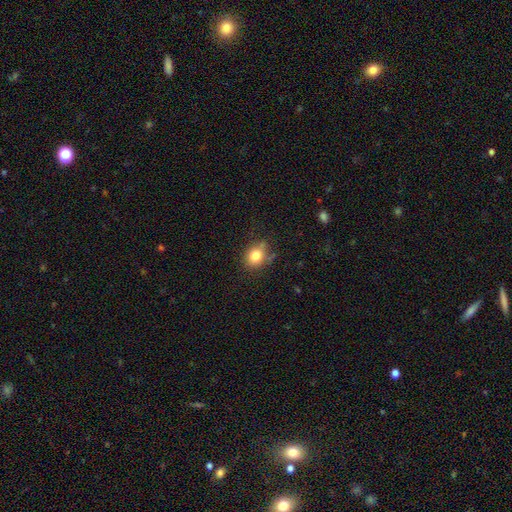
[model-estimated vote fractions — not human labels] A smooth galaxy with no disk features (81%) that is round (61%).

Vote fractions:
- Smooth or featured? smooth: 81% / star or artifact: 11% / featured or disk: 9%
- How rounded? round: 61% / in between: 38% / cigar-shaped: 1%
- Merging? none: 72% / minor disturbance: 20% / major disturbance: 5% / merger: 4%